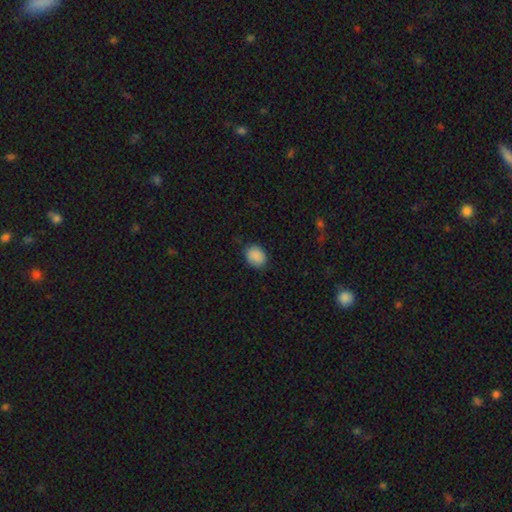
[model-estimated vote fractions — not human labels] Smooth or featured: smooth — 89% (star or artifact — 8%)
How rounded: in between — 50% (round — 49%)
Merging: none — 81% (minor disturbance — 15%)